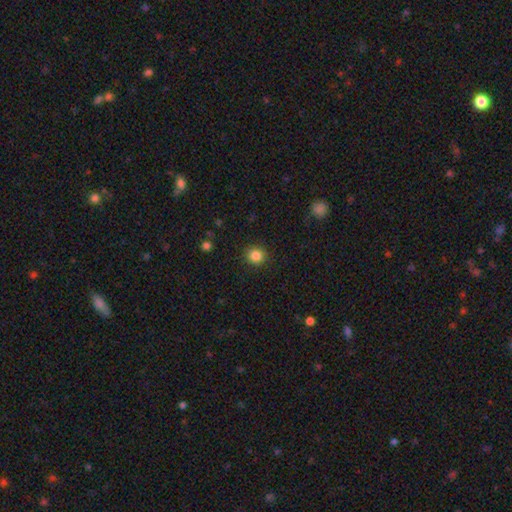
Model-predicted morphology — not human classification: Q: Smooth or featured?
A: smooth (85%); runner-up: star or artifact (11%)
Q: How rounded?
A: round (88%); runner-up: in between (11%)
Q: Merging?
A: none (90%); runner-up: minor disturbance (6%)